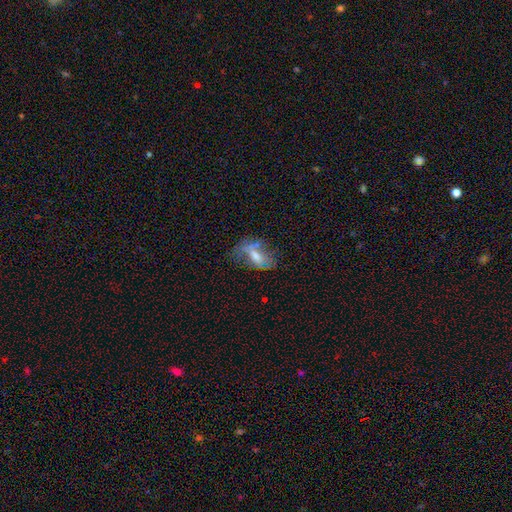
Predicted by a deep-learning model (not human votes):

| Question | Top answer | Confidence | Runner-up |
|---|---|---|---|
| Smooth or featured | featured or disk | 46% | smooth (40%) |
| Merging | none | 42% | minor disturbance (25%) |